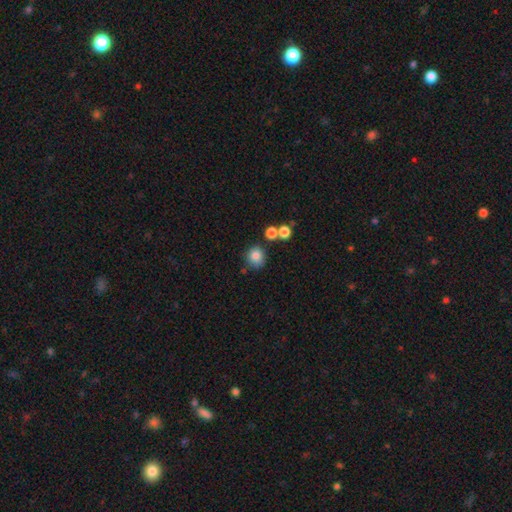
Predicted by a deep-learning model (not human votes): Q: Smooth or featured?
A: smooth (82%); runner-up: star or artifact (12%)
Q: How rounded?
A: round (86%); runner-up: in between (13%)
Q: Merging?
A: none (76%); runner-up: minor disturbance (11%)